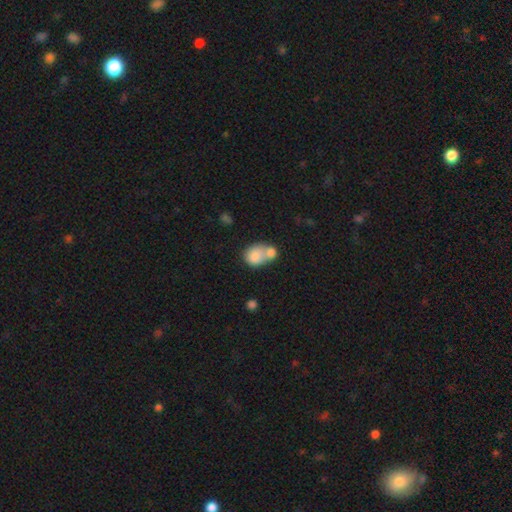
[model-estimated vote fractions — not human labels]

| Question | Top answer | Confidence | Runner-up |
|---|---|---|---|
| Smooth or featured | smooth | 79% | featured or disk (13%) |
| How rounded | in between | 50% | round (49%) |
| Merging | merger | 63% | none (23%) |